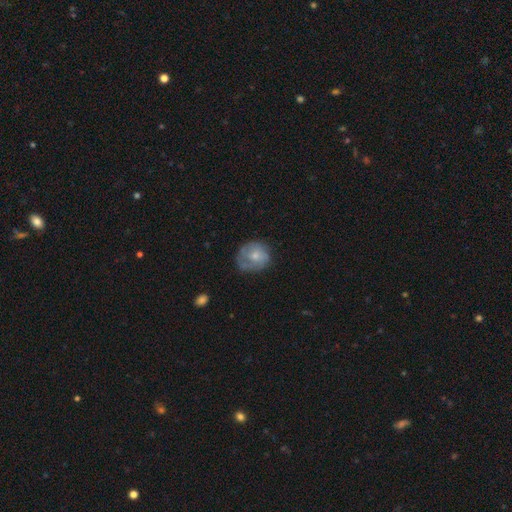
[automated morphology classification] smooth-or-featured: smooth: 56% | featured or disk: 37% | star or artifact: 7%
  how-rounded: round: 79% | in between: 20% | cigar-shaped: 1%
  merging: none: 55% | minor disturbance: 28% | major disturbance: 14% | merger: 3%